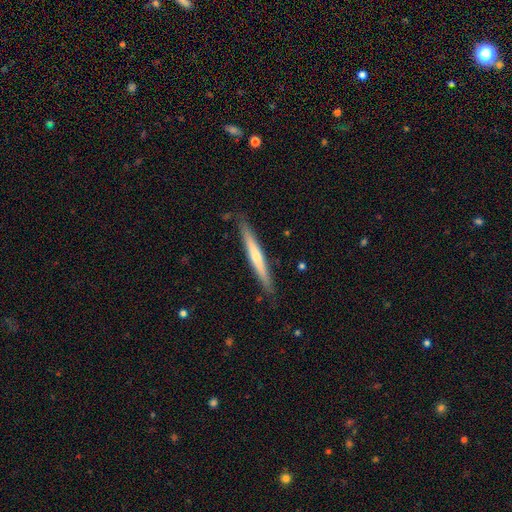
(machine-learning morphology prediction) Overall: featured or disk (57%; smooth 36%). Edge-on disk: yes (96%). Edge-on bulge: rounded (54%; none 39%). Merging: none (87%).